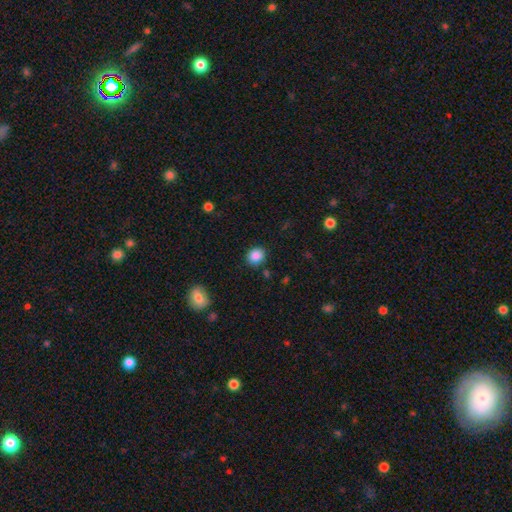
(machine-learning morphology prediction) type=smooth (87%); roundness=round (74%); merging=none (86%).